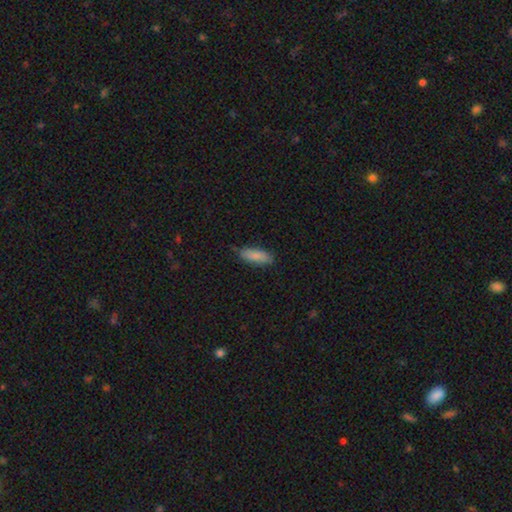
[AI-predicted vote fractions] This appears to be a smooth galaxy with no disk features (85%) that is in between round and cigar-shaped (68%). Merging: none (77%).